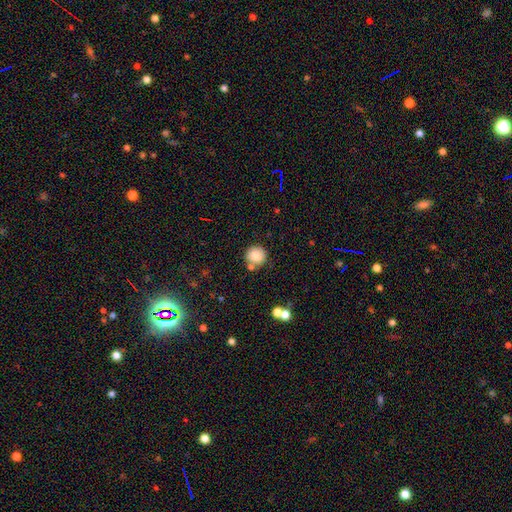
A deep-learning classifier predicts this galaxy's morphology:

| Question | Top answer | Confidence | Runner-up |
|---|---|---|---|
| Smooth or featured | smooth | 84% | star or artifact (9%) |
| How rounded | round | 92% | in between (7%) |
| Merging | none | 75% | minor disturbance (11%) |